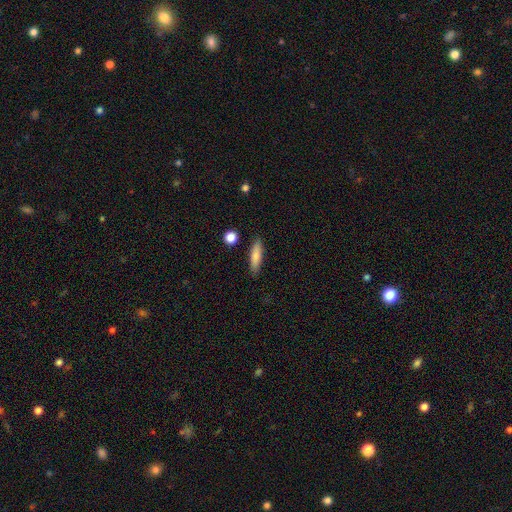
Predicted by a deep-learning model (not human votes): Smooth or featured: smooth — 79% (featured or disk — 14%)
How rounded: cigar-shaped — 68% (in between — 30%)
Merging: none — 86% (minor disturbance — 9%)